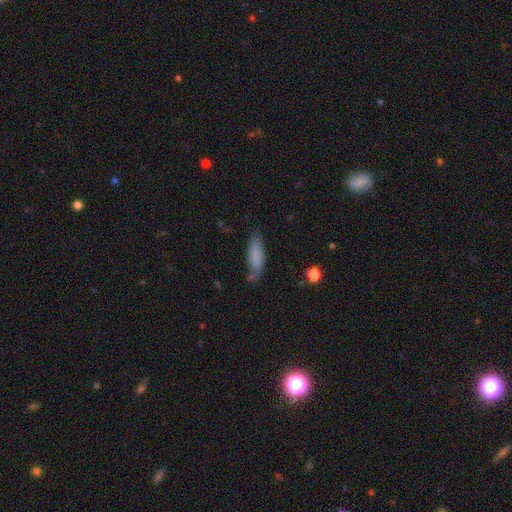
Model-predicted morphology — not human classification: smooth 78%, featured or disk 15%, star or artifact 7%. Down the decision tree: how rounded — in between (49%, tied with cigar-shaped); merging — none (64%).